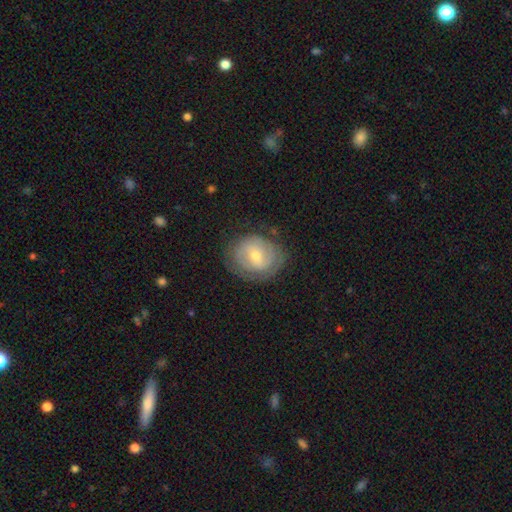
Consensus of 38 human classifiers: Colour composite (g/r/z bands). It shows a featured or disk galaxy (53%) with no bar (50%), no spiral arms (55%) and a moderate central bulge (85%). Merging: none (50%).